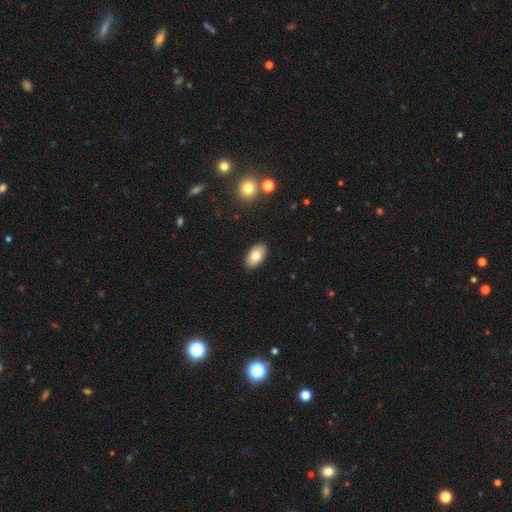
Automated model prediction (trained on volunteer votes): Overall: smooth (78%). How rounded: in between (94%). Merging: none (89%).